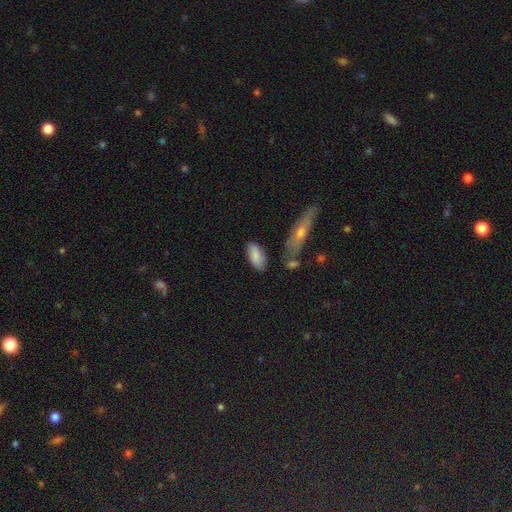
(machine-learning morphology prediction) smooth 83%, featured or disk 11%, star or artifact 6%. Down the decision tree: how rounded — in between (87%); merging — none (74%).